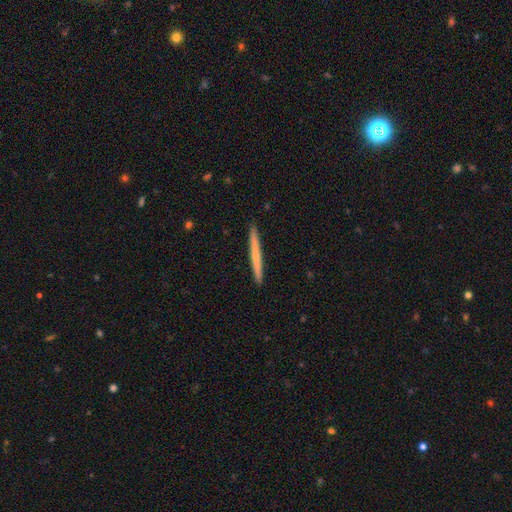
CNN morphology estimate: Overall: smooth (51%; featured or disk 44%). How rounded: cigar-shaped (97%). Merging: none (93%).